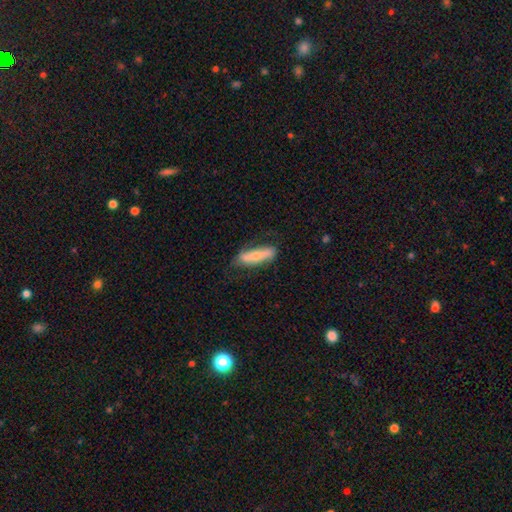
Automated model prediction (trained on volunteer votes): A smooth galaxy with no disk features (58%) that is cigar-shaped (64%).

Vote fractions:
- Smooth or featured? smooth: 58% / featured or disk: 36% / star or artifact: 6%
- How rounded? cigar-shaped: 64% / in between: 35% / round: 2%
- Merging? none: 71% / minor disturbance: 21% / major disturbance: 7% / merger: 2%